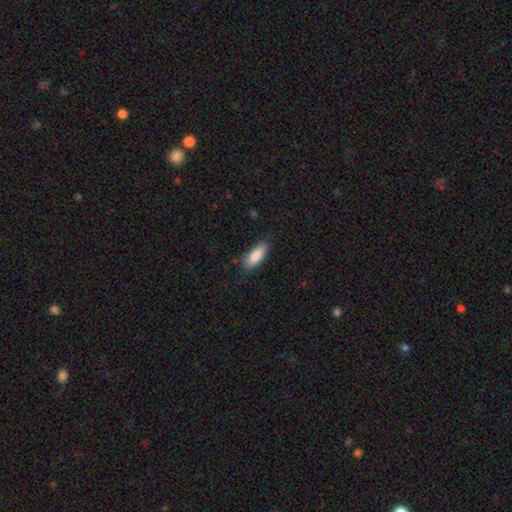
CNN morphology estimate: A smooth galaxy with no disk features (86%) that is in between round and cigar-shaped (72%).

Vote fractions:
- Smooth or featured? smooth: 86% / featured or disk: 8% / star or artifact: 6%
- How rounded? in between: 72% / cigar-shaped: 26% / round: 2%
- Merging? none: 79% / minor disturbance: 17% / major disturbance: 4% / merger: 1%